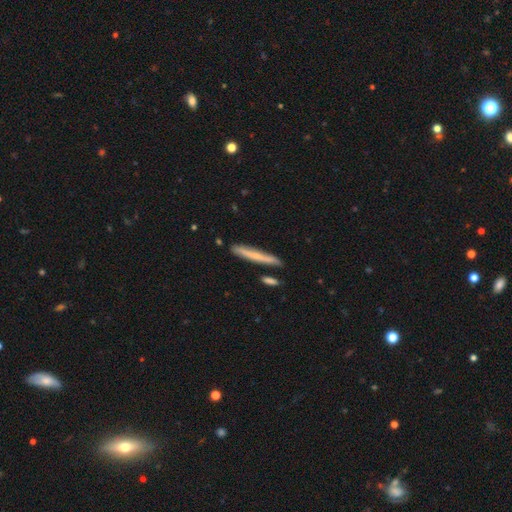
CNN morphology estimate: A smooth galaxy with no disk features (59%) that is cigar-shaped (96%). Merging: none (85%).